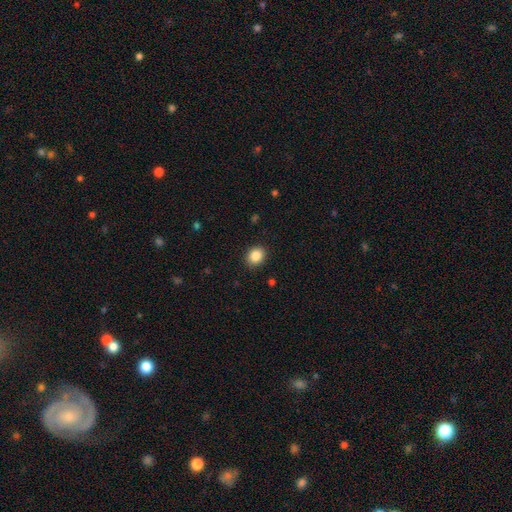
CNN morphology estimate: Q: Smooth or featured?
A: smooth (87%); runner-up: star or artifact (9%)
Q: How rounded?
A: round (57%); runner-up: in between (42%)
Q: Merging?
A: none (90%); runner-up: minor disturbance (7%)